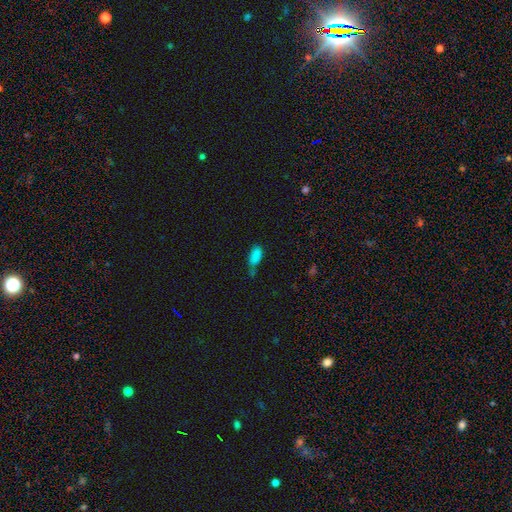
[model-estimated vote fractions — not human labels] This appears to be a smooth galaxy with no disk features (84%) that is in between round and cigar-shaped (86%). Merging: none (48%).